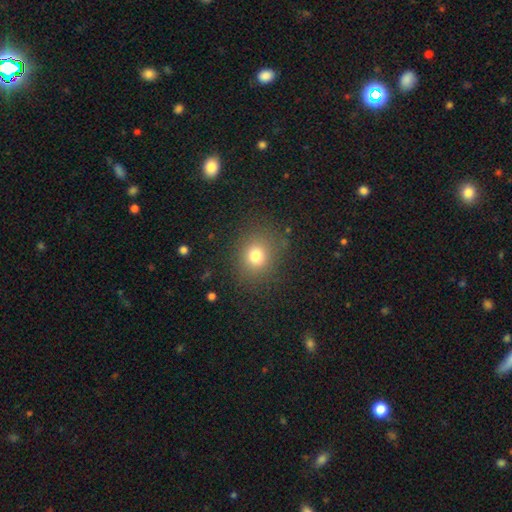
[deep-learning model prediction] This is likely a smooth galaxy (76%). How rounded: likely round (70%). Merging: clearly none (83%).